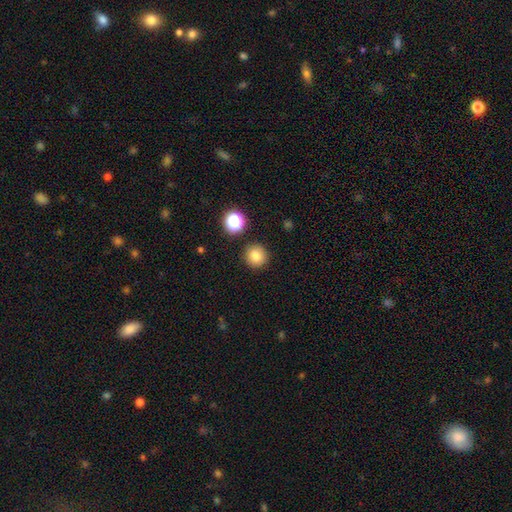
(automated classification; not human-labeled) Morphology: type=smooth (82%); roundness=round (94%); merging=none (89%).